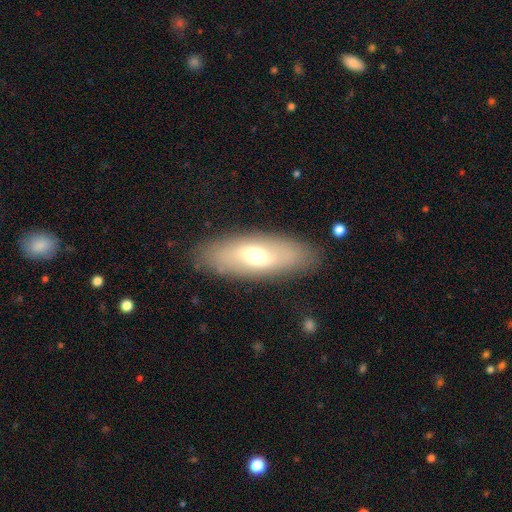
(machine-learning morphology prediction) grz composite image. It shows a smooth galaxy with no disk features (52%) that is in between round and cigar-shaped (69%). Merging: none (86%).